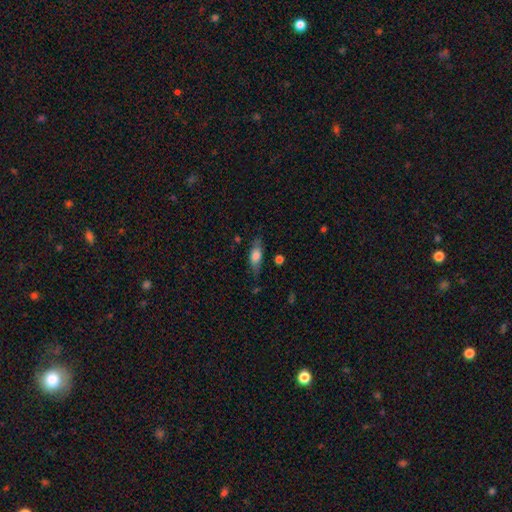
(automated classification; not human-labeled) A smooth galaxy with no disk features (70%) that is in between round and cigar-shaped (70%). Merging: none (72%).